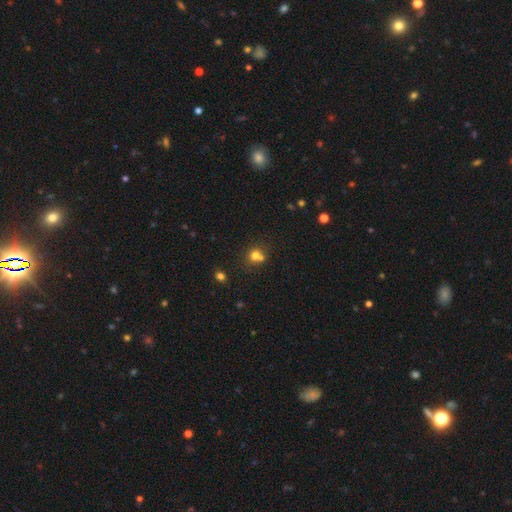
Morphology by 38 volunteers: Smooth or featured: smooth — 84% (featured or disk — 8%)
How rounded: round — 69% (in between — 31%)
Merging: merger — 54% (none — 46%)